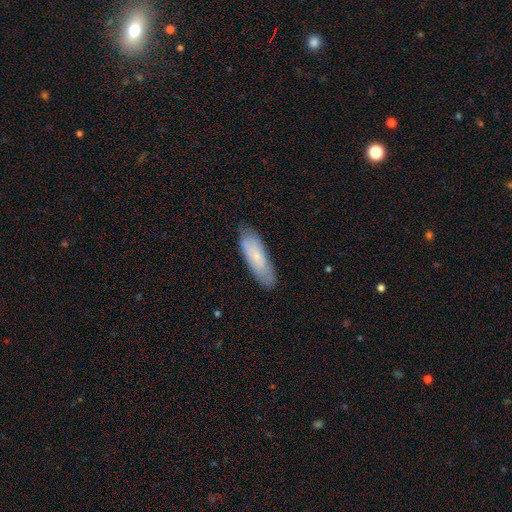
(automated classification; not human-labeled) smooth-or-featured: smooth: 67% | featured or disk: 27% | star or artifact: 6%
  how-rounded: in between: 51% | cigar-shaped: 48% | round: 2%
  merging: none: 81% | minor disturbance: 15% | major disturbance: 3% | merger: 1%